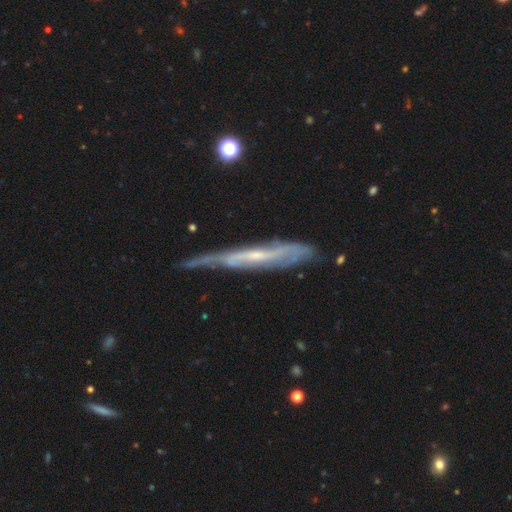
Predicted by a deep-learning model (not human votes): featured or disk 72%, smooth 19%, star or artifact 8%. Down the decision tree: edge-on disk — yes (72%); edge-on bulge — none (59%); merging — none (62%).